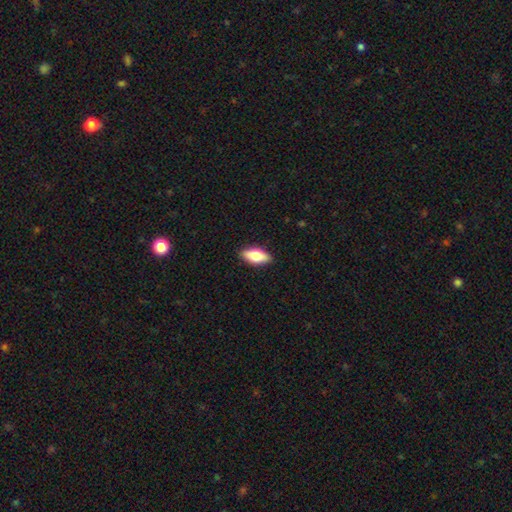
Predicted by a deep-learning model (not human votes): The model was most divided on "smooth or featured": smooth: 74%, featured or disk: 20%, star or artifact: 6%. More confident: merging — none (89%); how rounded — in between (83%).